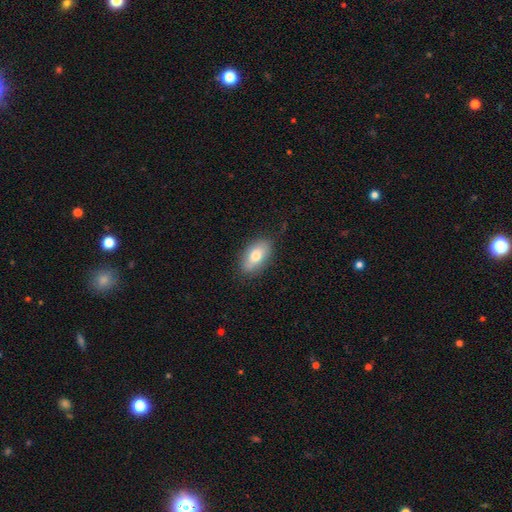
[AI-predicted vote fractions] Overall: smooth (75%). How rounded: in between (91%). Merging: none (80%).